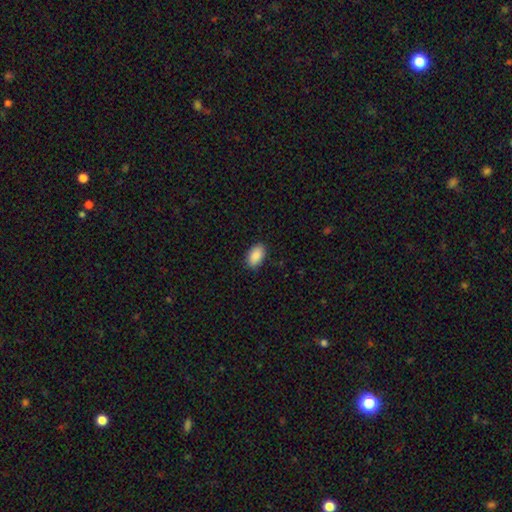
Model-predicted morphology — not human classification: Smooth or featured? smooth (91%)
How rounded? in between (94%)
Merging? none (89%)